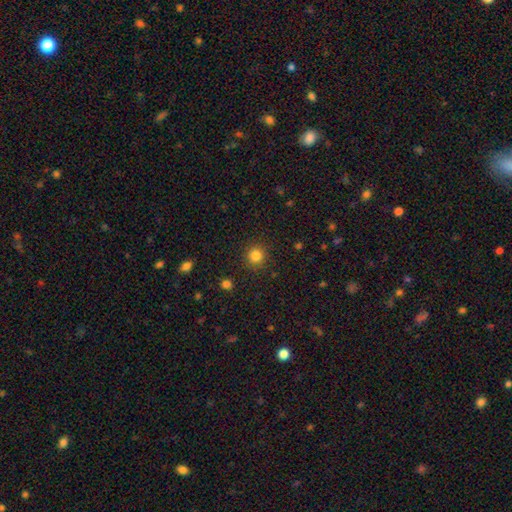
Morphology: type=smooth (90%); roundness=round (89%); merging=none (94%).